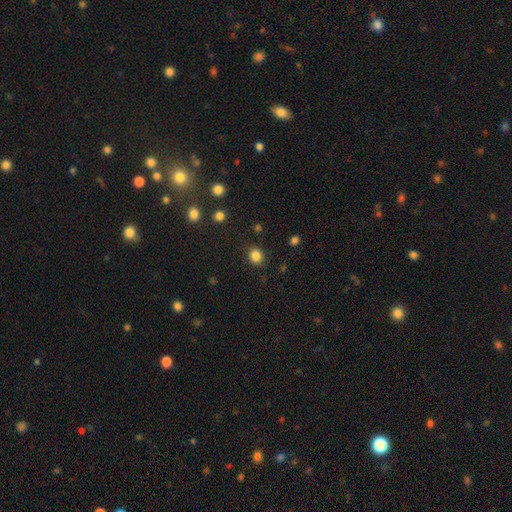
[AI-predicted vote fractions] A smooth galaxy with no disk features (84%) that is round (80%).

Vote fractions:
- Smooth or featured? smooth: 84% / star or artifact: 12% / featured or disk: 4%
- How rounded? round: 80% / in between: 20% / cigar-shaped: 1%
- Merging? none: 88% / minor disturbance: 8% / major disturbance: 3% / merger: 1%